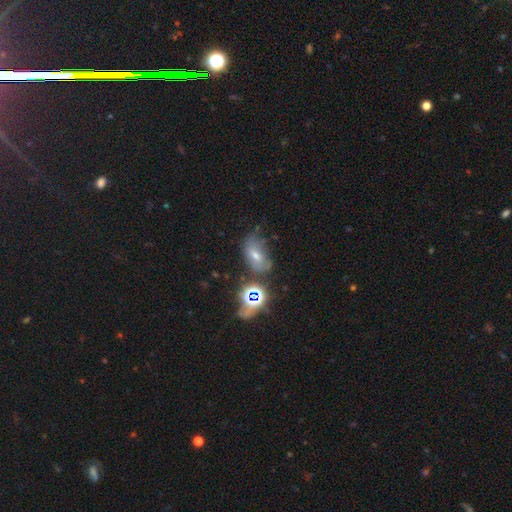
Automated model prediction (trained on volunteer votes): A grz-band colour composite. It shows a star or artifact, not a galaxy (36%).